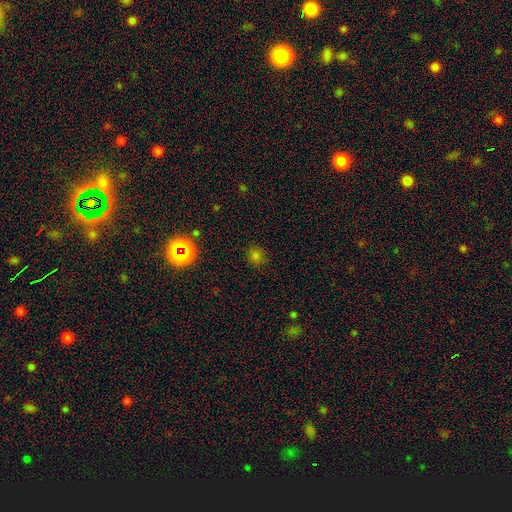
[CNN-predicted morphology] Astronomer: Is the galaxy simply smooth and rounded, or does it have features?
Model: smooth — 72%.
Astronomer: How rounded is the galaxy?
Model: round — 82%.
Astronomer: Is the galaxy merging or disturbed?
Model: none — 84%.